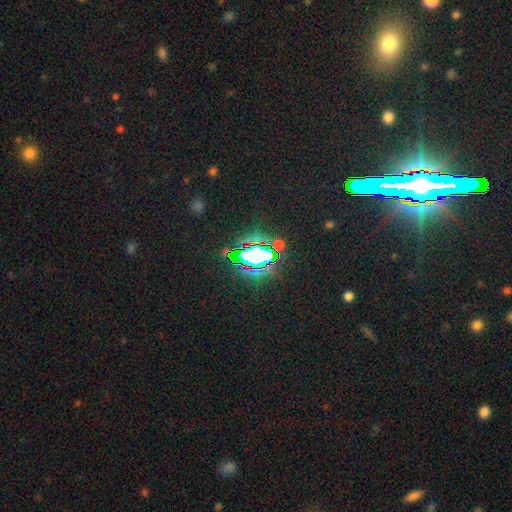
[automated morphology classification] This is likely a star or artifact rather than a galaxy (64%).